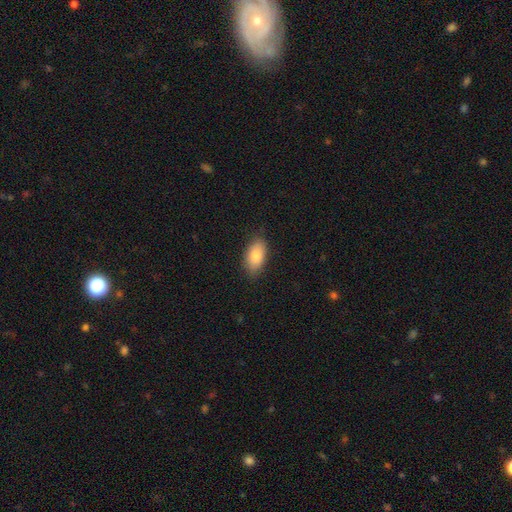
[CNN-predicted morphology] Overall: smooth (83%). How rounded: in between (92%). Merging: none (84%).